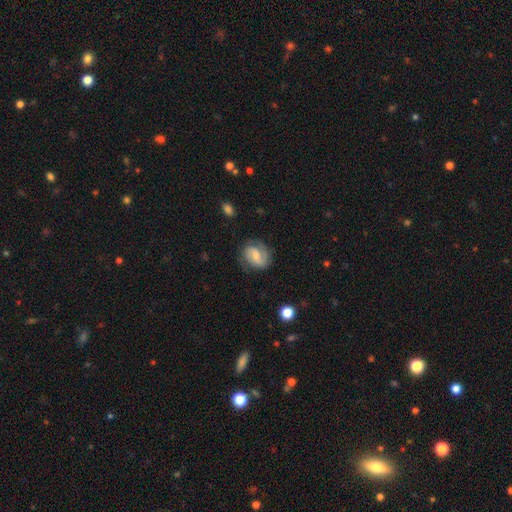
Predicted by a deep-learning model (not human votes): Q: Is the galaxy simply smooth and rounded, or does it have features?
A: featured or disk — 68%.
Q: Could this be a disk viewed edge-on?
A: no — 97%.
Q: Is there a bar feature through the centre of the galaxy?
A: weak — 50%.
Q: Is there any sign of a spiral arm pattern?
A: yes — 92%.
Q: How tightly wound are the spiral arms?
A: medium — 44%.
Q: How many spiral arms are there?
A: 2 — 75%.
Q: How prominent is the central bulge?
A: small — 47%.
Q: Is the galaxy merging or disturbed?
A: none — 73%.